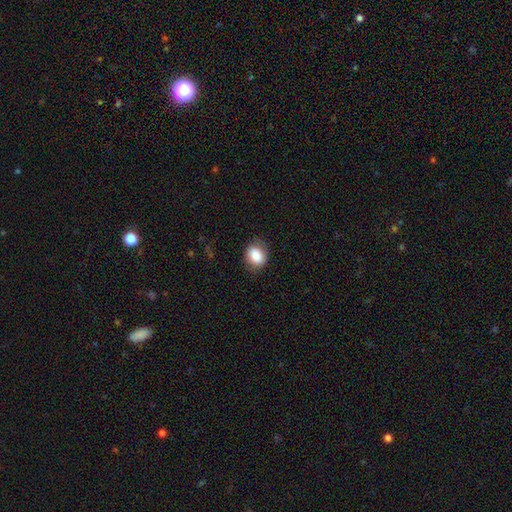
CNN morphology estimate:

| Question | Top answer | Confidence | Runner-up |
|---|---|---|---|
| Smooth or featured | smooth | 83% | featured or disk (9%) |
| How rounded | in between | 51% | round (48%) |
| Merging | none | 78% | minor disturbance (17%) |